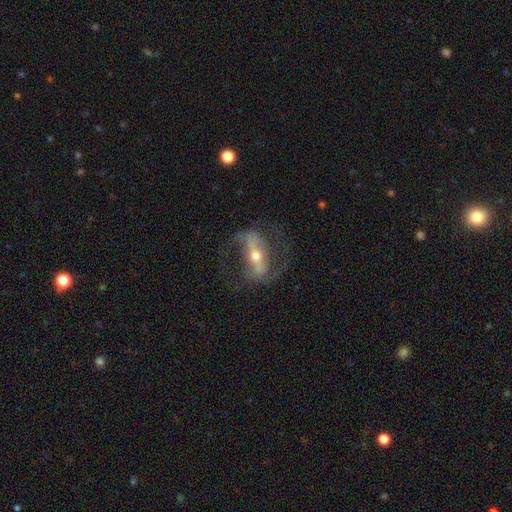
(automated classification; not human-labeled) A featured or disk galaxy (84%) with a strong bar (68%), 2 (87%) medium (46%) spiral arms (82%) and a moderate central bulge (54%).

Vote fractions:
- Smooth or featured? featured or disk: 84% / smooth: 10% / star or artifact: 6%
- Edge-on disk? no: 82% / yes: 18%
- Bar? strong: 68% / weak: 20% / no: 13%
- Spiral arms? yes: 82% / no: 18%
- Spiral winding? medium: 46% / loose: 37% / tight: 17%
- Spiral arm count? 2: 87% / can't tell: 7% / 1: 3% / 3: 1% / 4: 1% / more than 4: 1%
- Bulge size? moderate: 54% / small: 41% / large: 3% / dominant: 1% / none: 1%
- Merging? none: 68% / major disturbance: 16% / minor disturbance: 15% / merger: 2%